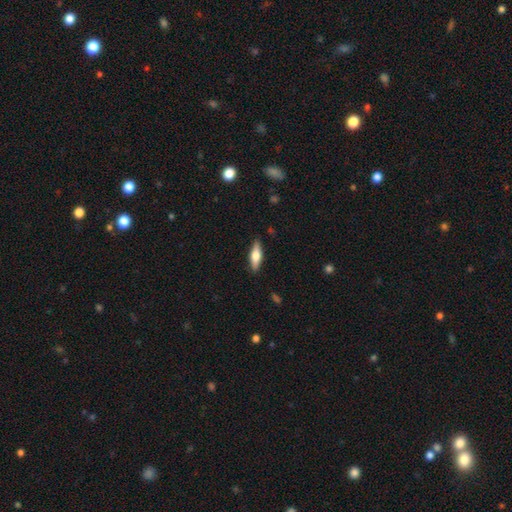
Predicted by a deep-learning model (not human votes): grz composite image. It shows a smooth galaxy with no disk features (57%) that is cigar-shaped (51%). Merging: none (88%).